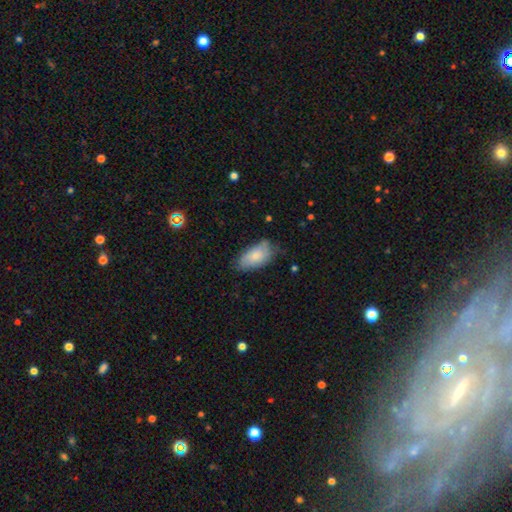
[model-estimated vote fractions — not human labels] smooth 73%, featured or disk 21%, star or artifact 6%. Down the decision tree: how rounded — in between (93%); merging — none (61%).